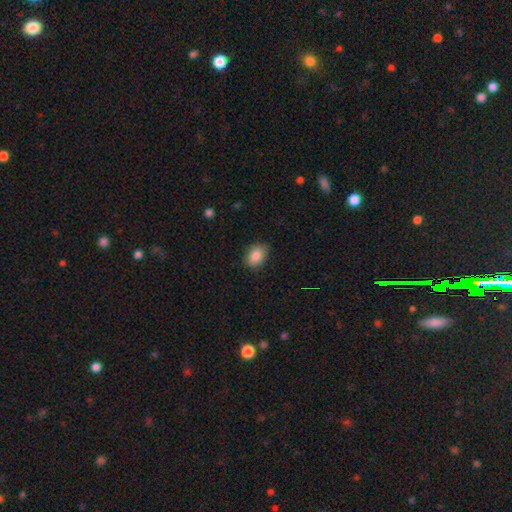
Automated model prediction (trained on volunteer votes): Morphology: type=smooth (87%); roundness=in between (73%); merging=none (83%).